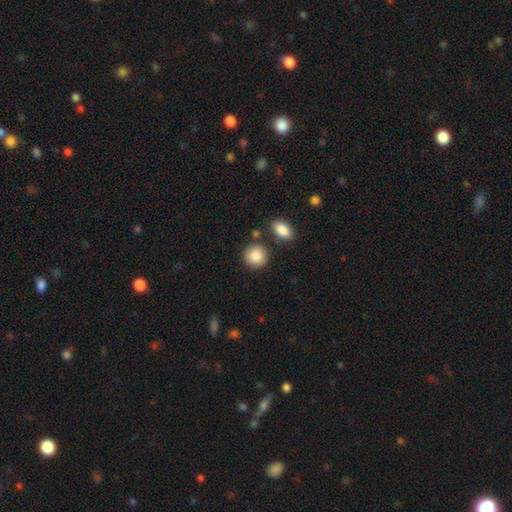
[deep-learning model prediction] Morphology: type=smooth (88%); roundness=round (88%); merging=none (82%).